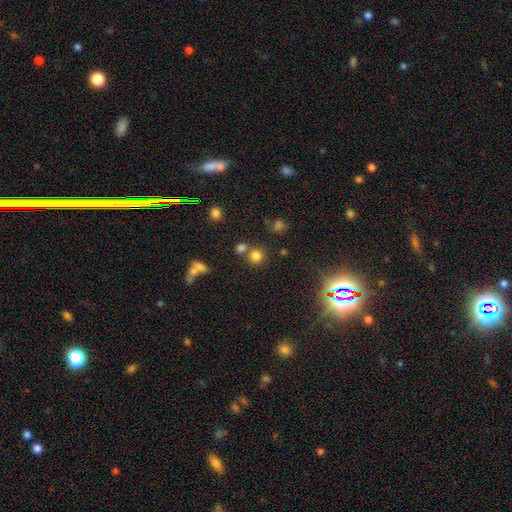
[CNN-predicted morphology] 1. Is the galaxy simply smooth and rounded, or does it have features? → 76% smooth, 17% star or artifact, 7% featured or disk.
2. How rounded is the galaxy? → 89% round, 10% in between, 1% cigar-shaped.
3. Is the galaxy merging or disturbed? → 65% none, 24% merger, 8% minor disturbance, 4% major disturbance.